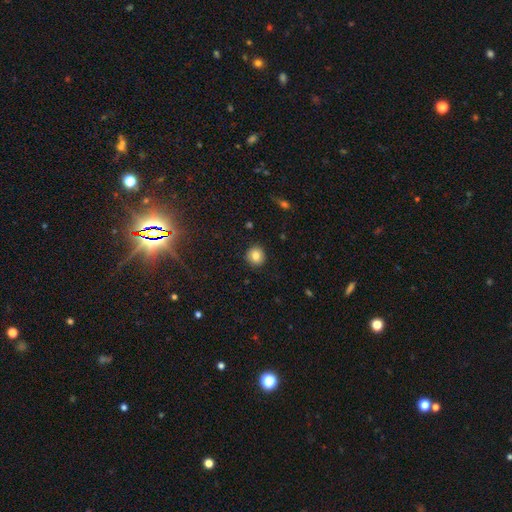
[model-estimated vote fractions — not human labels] Morphology: type=smooth (81%); roundness=round (90%); merging=none (90%).